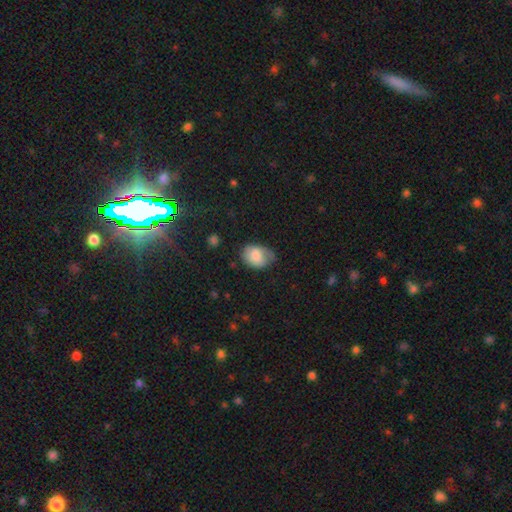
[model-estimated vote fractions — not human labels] Overall: smooth (75%). How rounded: in between (72%). Merging: none (48%; minor disturbance 37%).